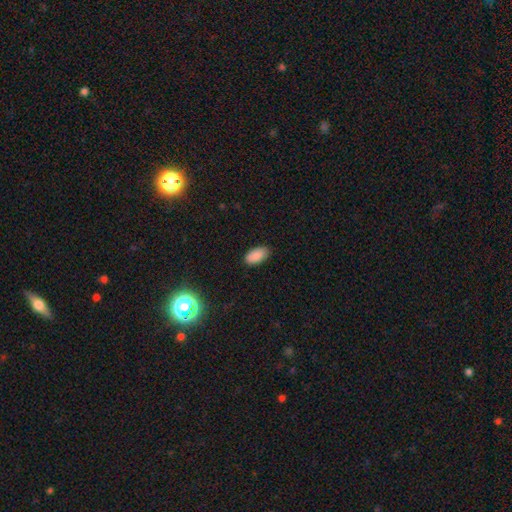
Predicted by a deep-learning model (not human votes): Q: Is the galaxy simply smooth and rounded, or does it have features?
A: smooth — 88%.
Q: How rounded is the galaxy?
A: in between — 94%.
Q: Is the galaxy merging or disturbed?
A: none — 85%.